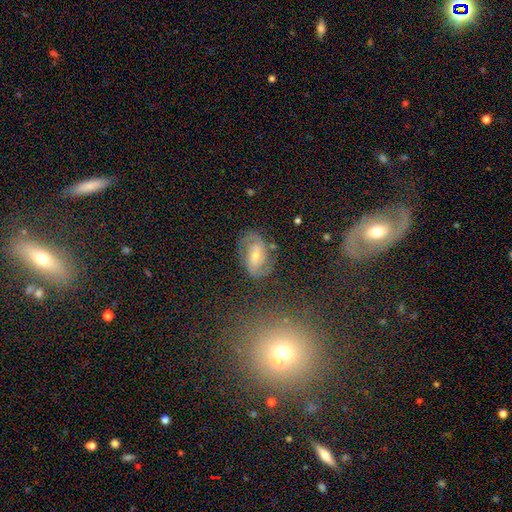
smooth-or-featured: featured or disk: 79% | smooth: 10% | star or artifact: 10%
  disk-edge-on: no: 100% | yes: 0%
    bar: weak: 42% | no: 39% | strong: 19%
    has-spiral-arms: yes: 94% | no: 6%
      spiral-winding: medium: 55% | loose: 28% | tight: 17%
      spiral-arm-count: 2: 86% | can't tell: 10% | 3: 3% | 1: 0% | 4: 0% | more than 4: 0%
    bulge-size: small: 58% | moderate: 39% | large: 3% | dominant: 0% | none: 0%
  merging: none: 66% | minor disturbance: 20% | major disturbance: 11% | merger: 3%